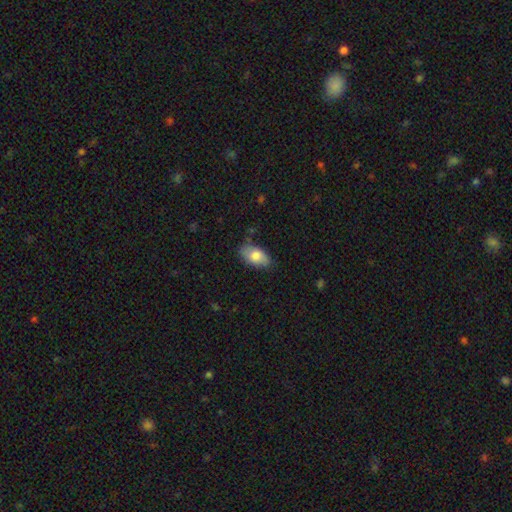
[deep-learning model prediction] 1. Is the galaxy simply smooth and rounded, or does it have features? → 78% smooth, 16% featured or disk, 7% star or artifact.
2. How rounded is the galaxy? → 93% in between, 5% round, 2% cigar-shaped.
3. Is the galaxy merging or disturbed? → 73% none, 21% minor disturbance, 4% major disturbance, 2% merger.